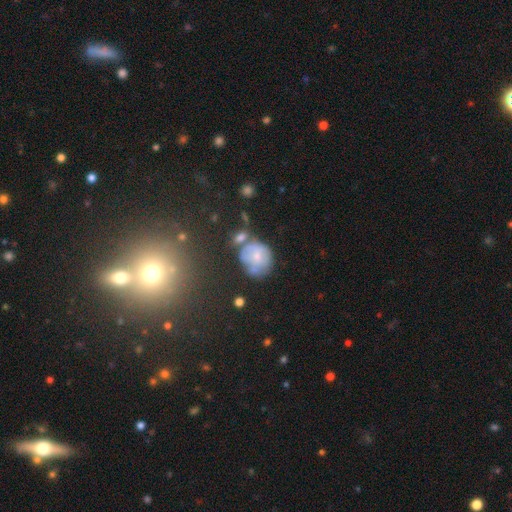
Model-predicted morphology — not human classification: Overall: smooth (54%; featured or disk 35%). How rounded: round (64%; in between 35%). Merging: none (36%; minor disturbance 25%).